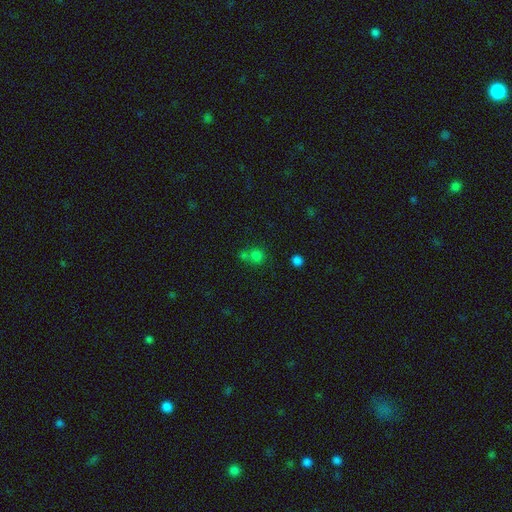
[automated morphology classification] The model was most divided on "merging": none: 49%, merger: 39%, minor disturbance: 8%, major disturbance: 4%. More confident: how rounded — round (83%); smooth or featured — smooth (74%).